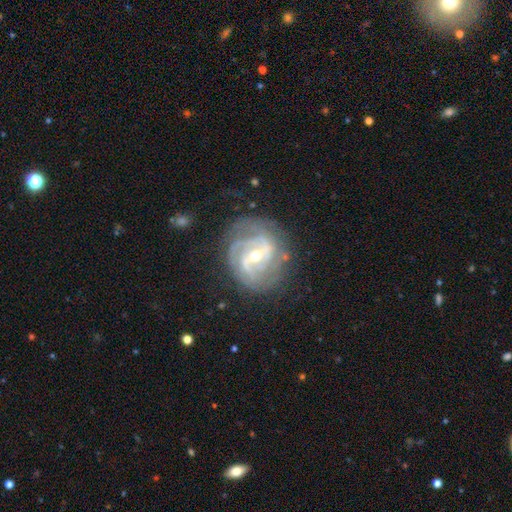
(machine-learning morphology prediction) smooth-or-featured: featured or disk: 89% | smooth: 6% | star or artifact: 5%
  disk-edge-on: no: 97% | yes: 3%
    bar: weak: 44% | no: 31% | strong: 25%
    has-spiral-arms: yes: 97% | no: 3%
      spiral-winding: tight: 51% | medium: 40% | loose: 9%
      spiral-arm-count: 2: 44% | 3: 24% | can't tell: 16% | 4: 7% | 1: 4% | more than 4: 4%
    bulge-size: small: 56% | moderate: 41% | large: 1% | none: 1% | dominant: 1%
  merging: none: 73% | minor disturbance: 17% | major disturbance: 9% | merger: 2%